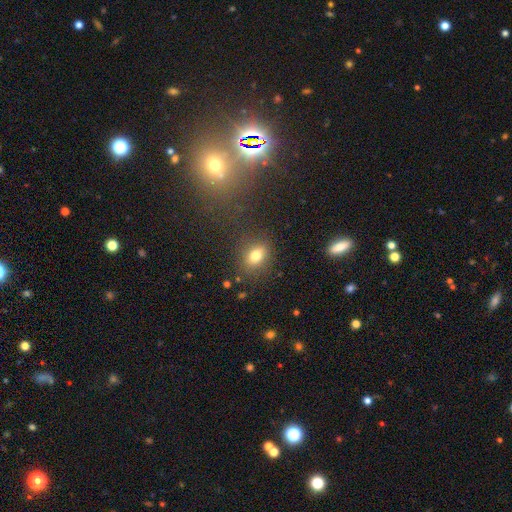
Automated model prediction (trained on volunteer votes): smooth-or-featured: smooth: 76% | star or artifact: 13% | featured or disk: 10%
  how-rounded: in between: 68% | round: 29% | cigar-shaped: 3%
  merging: none: 81% | minor disturbance: 11% | major disturbance: 4% | merger: 3%